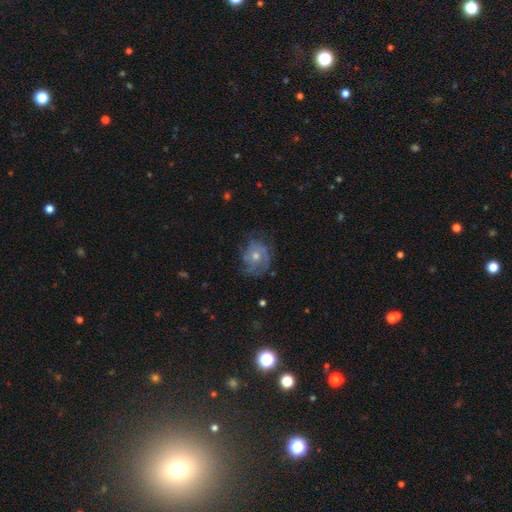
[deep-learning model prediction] This is likely a featured or disk galaxy (66%). It is clearly not viewed edge-on (97%). Bar: clearly no (82%). Spiral arm pattern: clearly yes (84%). Spiral arm count: marginally can't tell (40%). Spiral winding: possibly tight (55%). Central bulge: possibly moderate (55%). Merging: likely none (69%).